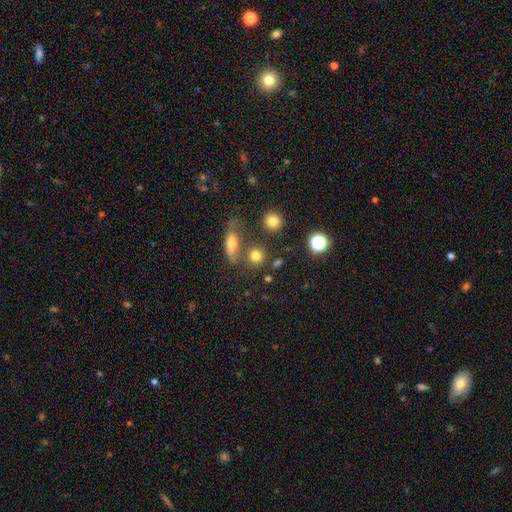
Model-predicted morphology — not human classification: This appears to be a smooth galaxy with no disk features (77%) that is round (83%). Merging: none (71%).